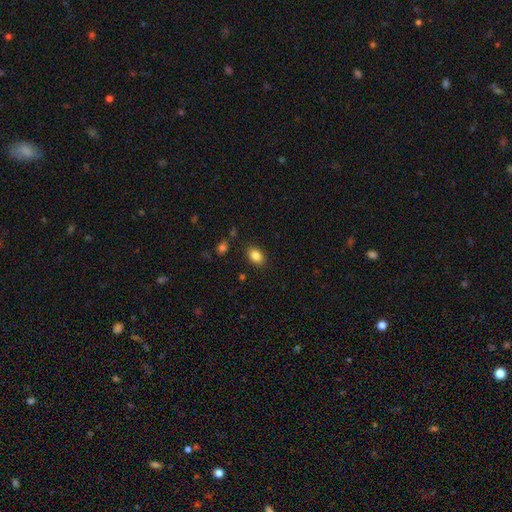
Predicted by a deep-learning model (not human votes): The model was most divided on "how rounded": in between: 84%, round: 14%, cigar-shaped: 1%. More confident: merging — none (85%); smooth or featured — smooth (85%).